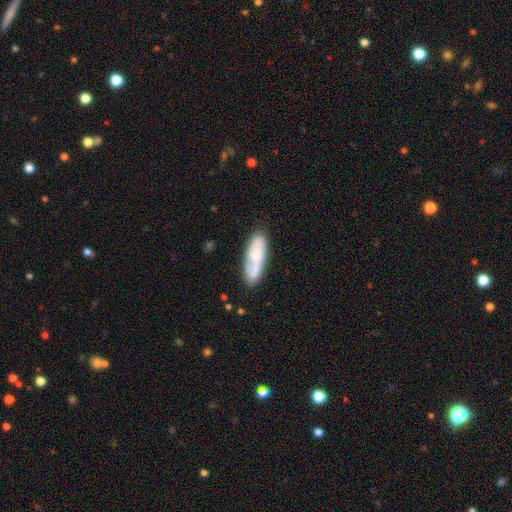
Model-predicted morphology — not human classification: Smooth or featured?
  - smooth: 56% *
  - featured or disk: 37%
  - star or artifact: 7%
How rounded?
  - in between: 53% *
  - cigar-shaped: 45%
  - round: 2%
Merging?
  - none: 75% *
  - minor disturbance: 16%
  - merger: 4%
  - major disturbance: 4%